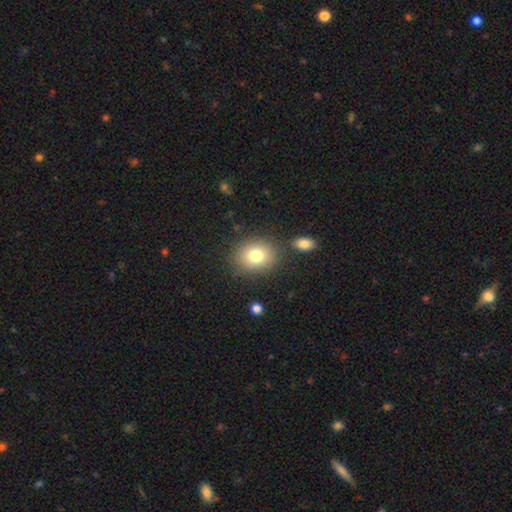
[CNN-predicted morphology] smooth_or_featured: smooth (p=0.80) [alt: star or artifact p=0.10]
how_rounded: round (p=0.55) [alt: in between p=0.44]
merging: none (p=0.80) [alt: minor disturbance p=0.10]